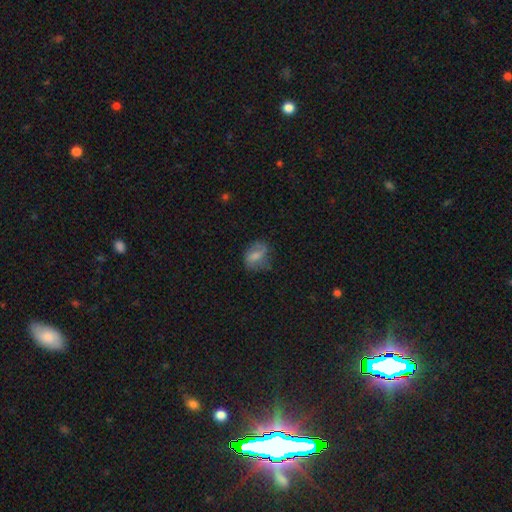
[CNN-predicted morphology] A smooth galaxy with no disk features (60%) that is in between round and cigar-shaped (68%).

Vote fractions:
- Smooth or featured? smooth: 60% / featured or disk: 31% / star or artifact: 9%
- How rounded? in between: 68% / round: 29% / cigar-shaped: 3%
- Merging? none: 53% / minor disturbance: 29% / major disturbance: 17% / merger: 2%